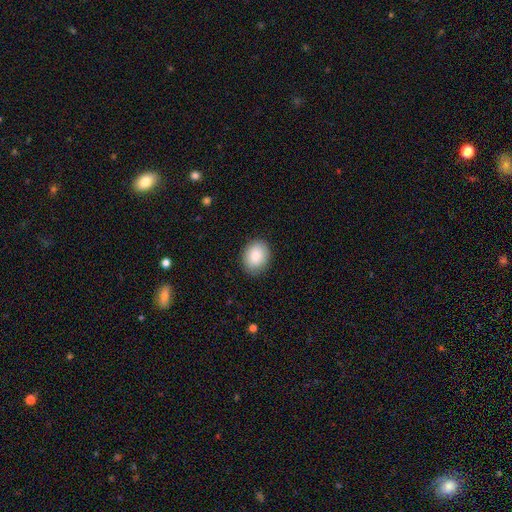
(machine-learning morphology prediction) Smooth or featured: smooth — 87% (star or artifact — 7%)
How rounded: in between — 58% (round — 42%)
Merging: none — 88% (minor disturbance — 9%)